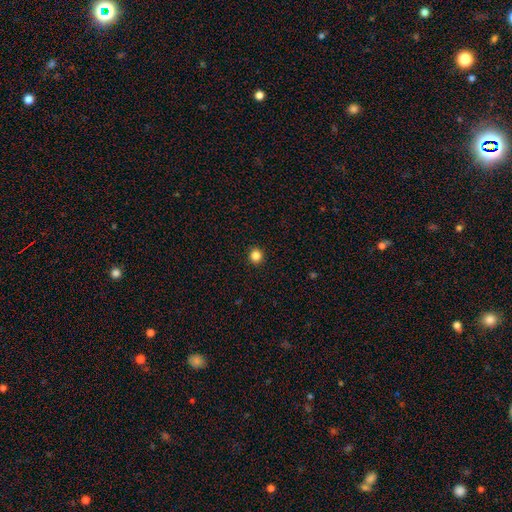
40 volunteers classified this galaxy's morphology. Smooth or featured?
  - smooth: 90% *
  - star or artifact: 8%
  - featured or disk: 2%
How rounded?
  - round: 97% *
  - in between: 3%
  - cigar-shaped: 0%
Merging?
  - none: 97% *
  - minor disturbance: 3%
  - major disturbance: 0%
  - merger: 0%